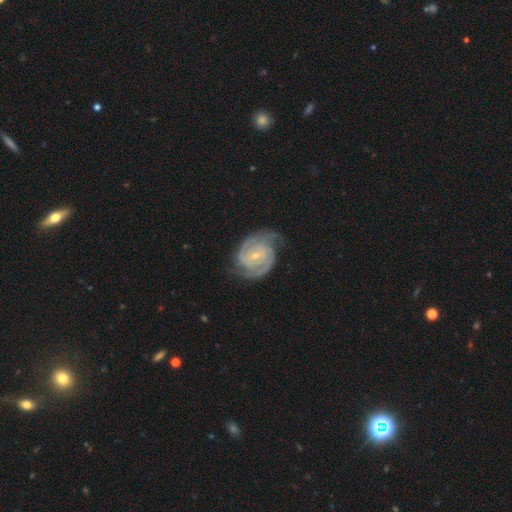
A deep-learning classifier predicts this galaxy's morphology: This is clearly a featured or disk galaxy (91%). It is clearly not viewed edge-on (98%). Bar: marginally no (44%). Spiral arm pattern: clearly yes (98%). Spiral arm count: likely 2 (63%). Spiral winding: likely tight (64%). Central bulge: likely small (72%). Merging: likely none (75%).